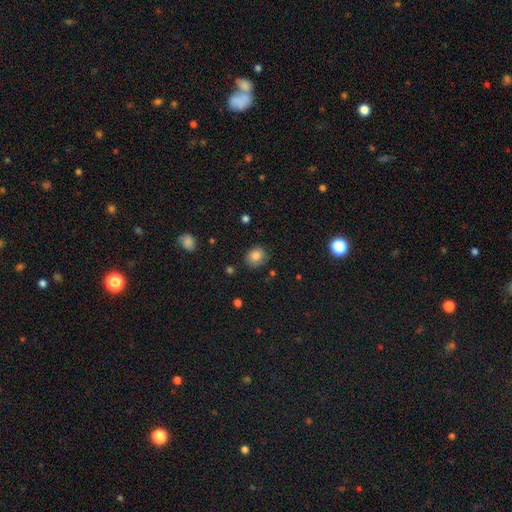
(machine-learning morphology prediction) smooth_or_featured: smooth (p=0.83) [alt: star or artifact p=0.10]
how_rounded: round (p=0.61) [alt: in between p=0.38]
merging: none (p=0.77) [alt: minor disturbance p=0.17]